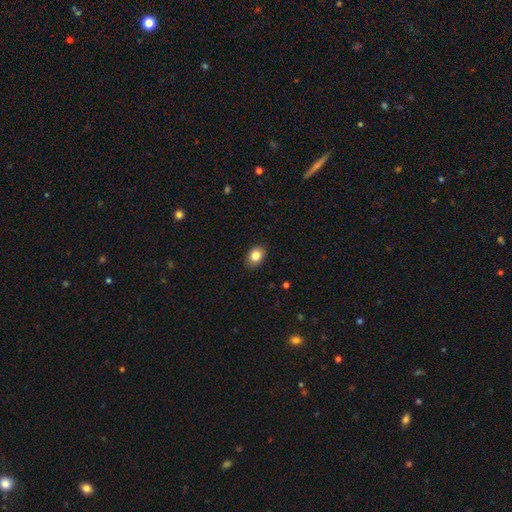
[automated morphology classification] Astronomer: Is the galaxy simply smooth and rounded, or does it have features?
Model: smooth — 84%.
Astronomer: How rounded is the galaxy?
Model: in between — 58% (runner-up: round, 41%).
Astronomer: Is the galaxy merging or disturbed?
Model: none — 89%.